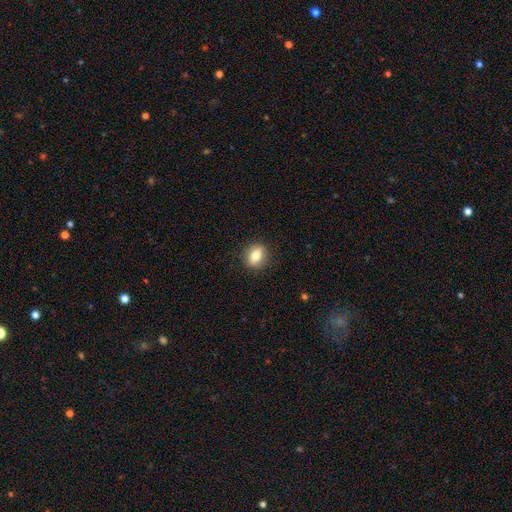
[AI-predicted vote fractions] This is likely a smooth galaxy (79%). How rounded: possibly in between (53%). Merging: clearly none (88%).